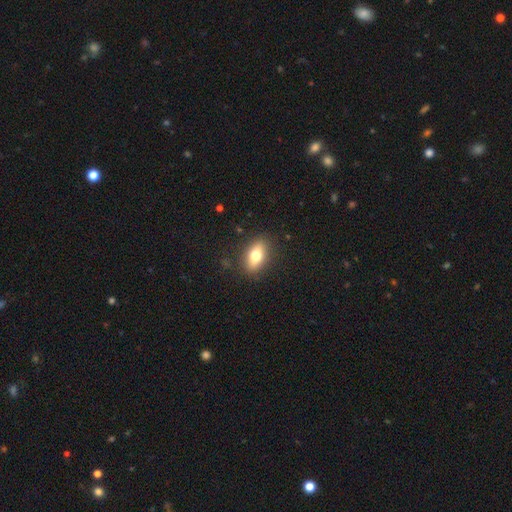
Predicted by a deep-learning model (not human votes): Smooth or featured? Predicted: smooth (p=0.68). How rounded? Predicted: in between (p=0.79). Merging? Predicted: none (p=0.86).